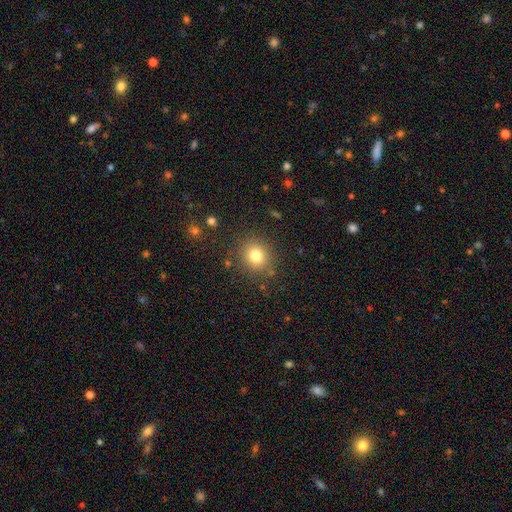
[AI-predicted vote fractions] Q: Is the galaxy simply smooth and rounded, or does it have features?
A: smooth — 79%.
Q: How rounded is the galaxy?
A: round — 82%.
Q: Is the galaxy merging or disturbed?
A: none — 86%.